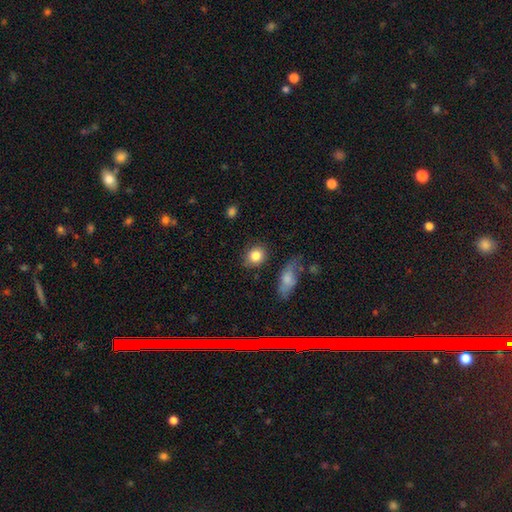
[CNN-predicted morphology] Smooth or featured?
  - smooth: 84% *
  - star or artifact: 8%
  - featured or disk: 7%
How rounded?
  - round: 62% *
  - in between: 37%
  - cigar-shaped: 2%
Merging?
  - none: 81% *
  - minor disturbance: 12%
  - merger: 3%
  - major disturbance: 3%